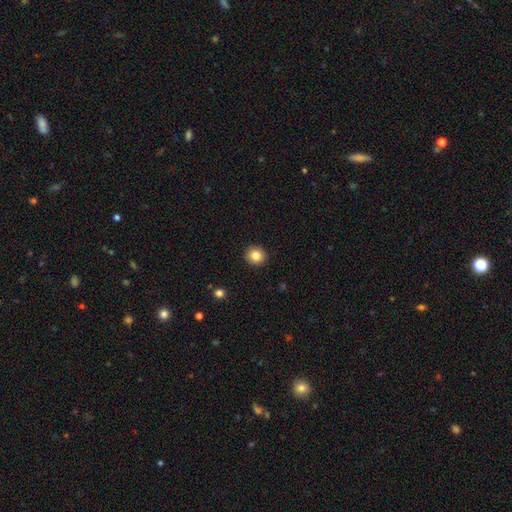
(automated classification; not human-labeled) Smooth or featured: smooth — 83% (star or artifact — 10%)
How rounded: round — 93% (in between — 6%)
Merging: none — 93% (minor disturbance — 5%)